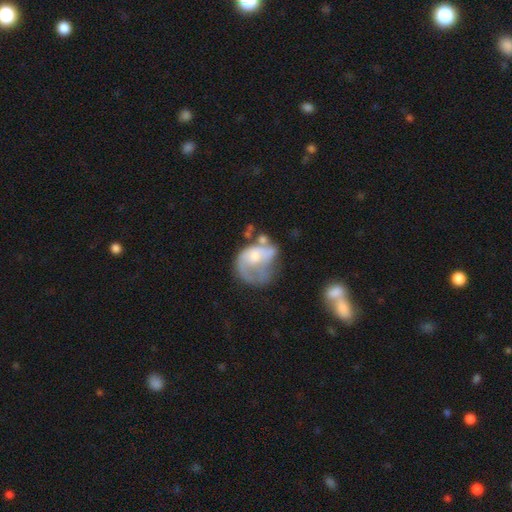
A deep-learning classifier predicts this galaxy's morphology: featured or disk 54%, smooth 38%, star or artifact 8%. Down the decision tree: edge-on disk — no (98%); bar — no (78%); spiral arms — no (60%); bulge size — moderate (43%); merging — major disturbance (44%).